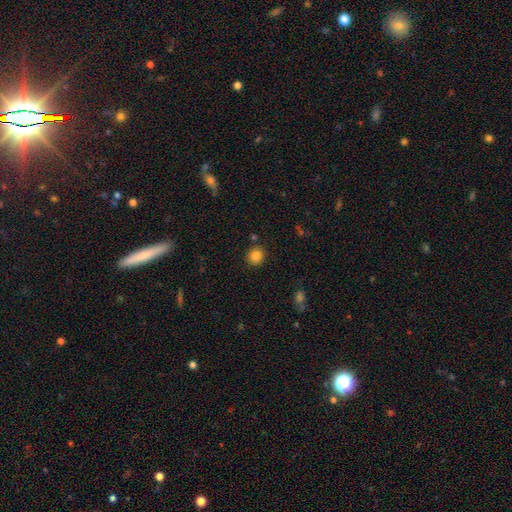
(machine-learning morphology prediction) smooth-or-featured: smooth: 84% | star or artifact: 11% | featured or disk: 5%
  how-rounded: round: 85% | in between: 14% | cigar-shaped: 1%
  merging: none: 88% | minor disturbance: 7% | merger: 3% | major disturbance: 2%